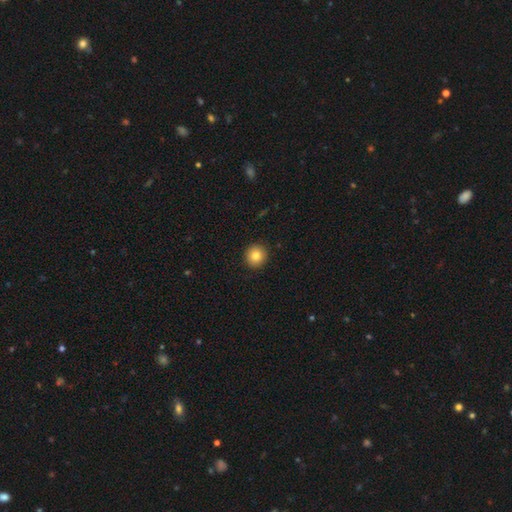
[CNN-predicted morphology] smooth 83%, star or artifact 10%, featured or disk 8%. Down the decision tree: how rounded — round (94%); merging — none (93%).